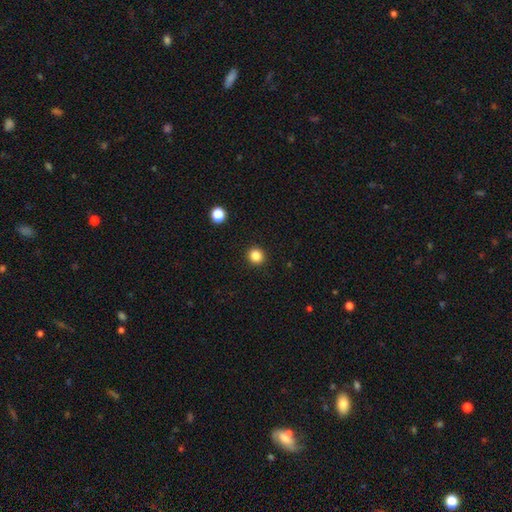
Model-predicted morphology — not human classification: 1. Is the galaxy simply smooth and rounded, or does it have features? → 84% smooth, 12% star or artifact, 4% featured or disk.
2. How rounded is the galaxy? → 91% round, 8% in between, 1% cigar-shaped.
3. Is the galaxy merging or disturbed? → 93% none, 5% minor disturbance, 2% major disturbance, 1% merger.